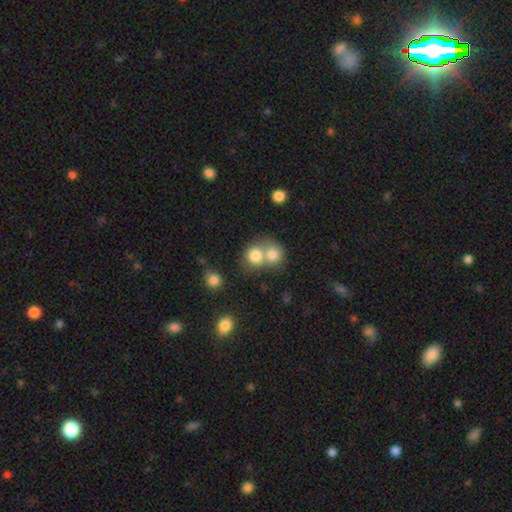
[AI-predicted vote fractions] smooth 79%, star or artifact 10%, featured or disk 10%. Down the decision tree: how rounded — round (80%); merging — merger (56%).